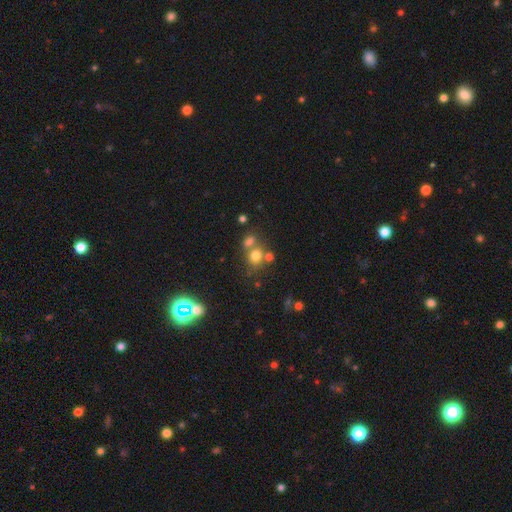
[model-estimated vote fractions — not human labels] Q: Smooth or featured?
A: smooth (72%); runner-up: star or artifact (17%)
Q: How rounded?
A: round (73%); runner-up: in between (26%)
Q: Merging?
A: none (49%); runner-up: merger (36%)